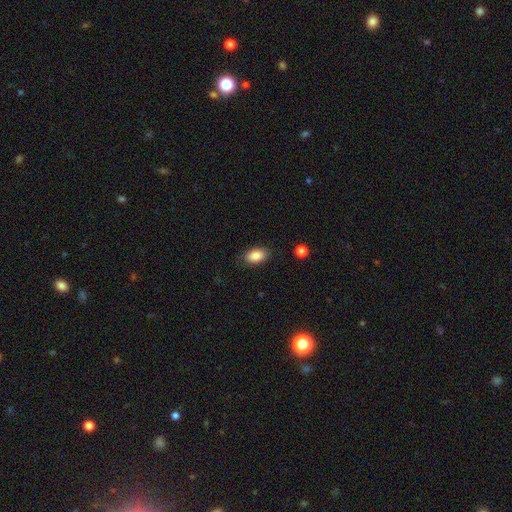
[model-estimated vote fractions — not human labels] Morphology: type=smooth (87%); roundness=in between (91%); merging=none (83%).